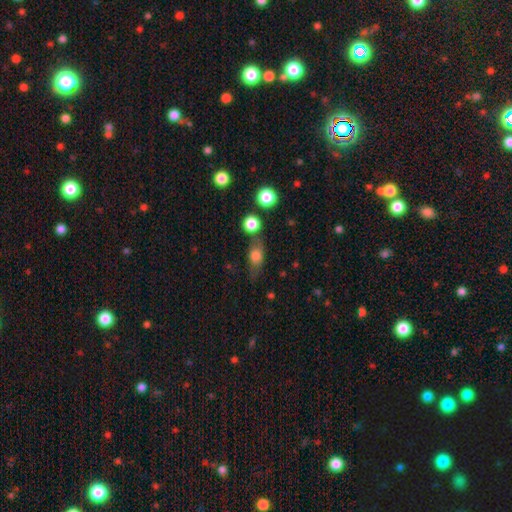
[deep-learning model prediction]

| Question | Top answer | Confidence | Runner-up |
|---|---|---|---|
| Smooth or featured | smooth | 71% | featured or disk (18%) |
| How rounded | in between | 64% | round (25%) |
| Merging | none | 60% | minor disturbance (21%) |